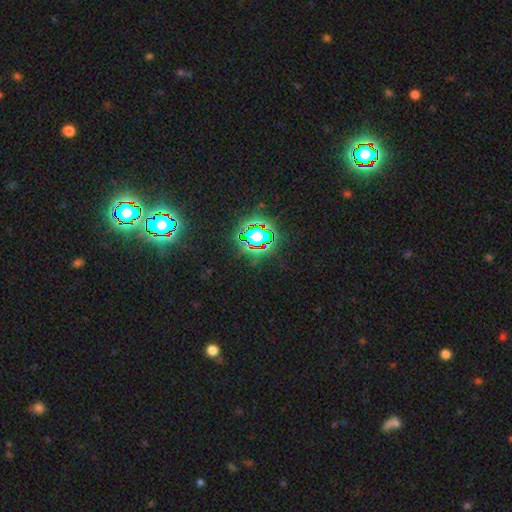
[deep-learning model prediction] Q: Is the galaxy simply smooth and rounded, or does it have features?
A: star or artifact — 81%.